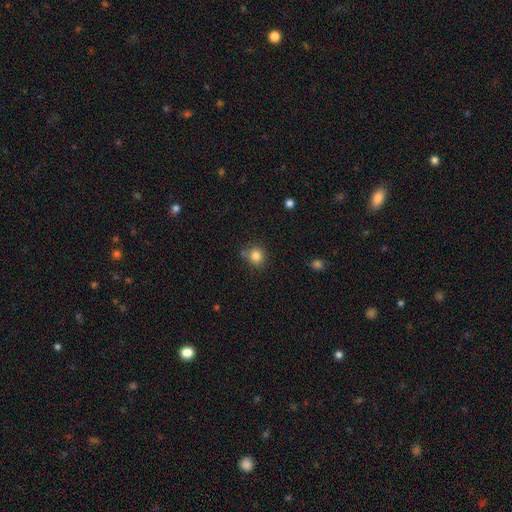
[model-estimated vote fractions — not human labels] smooth-or-featured: smooth: 83% | star or artifact: 11% | featured or disk: 5%
  how-rounded: round: 84% | in between: 15% | cigar-shaped: 1%
  merging: none: 74% | minor disturbance: 15% | merger: 7% | major disturbance: 4%